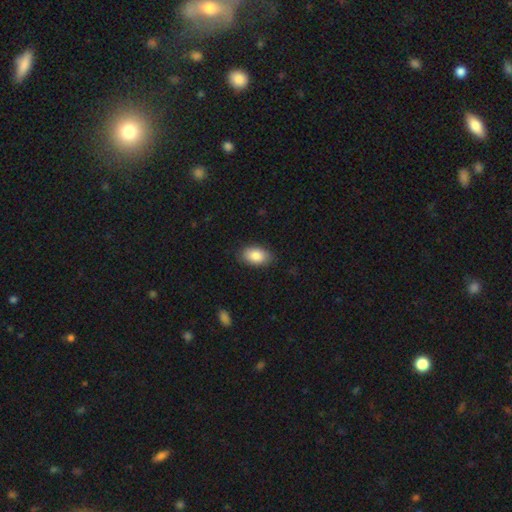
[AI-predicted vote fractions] The model was most divided on "merging": none: 84%, minor disturbance: 12%, major disturbance: 3%, merger: 1%. More confident: how rounded — in between (92%); smooth or featured — smooth (86%).